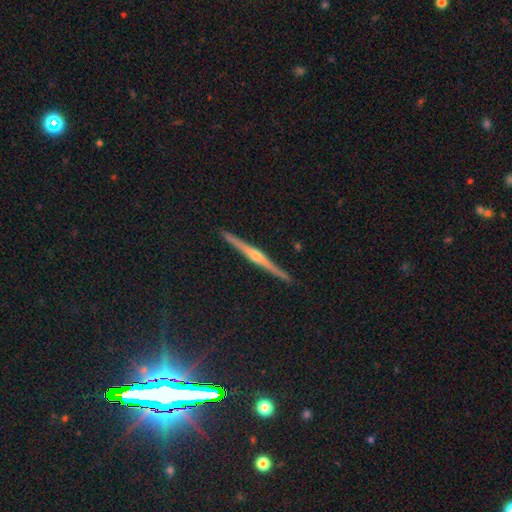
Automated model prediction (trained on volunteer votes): Smooth or featured: featured or disk — 81% (smooth — 10%)
Edge-on disk: yes — 98% (no — 2%)
Edge-on bulge: rounded — 86% (none — 8%)
Merging: none — 92% (minor disturbance — 5%)